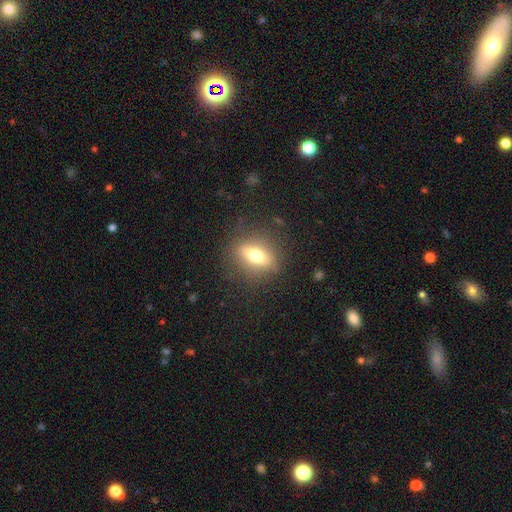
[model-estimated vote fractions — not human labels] This appears to be a smooth galaxy with no disk features (59%) that is in between round and cigar-shaped (55%). Merging: none (83%).